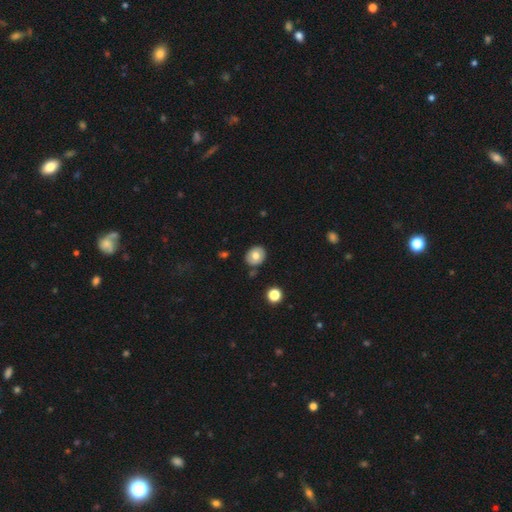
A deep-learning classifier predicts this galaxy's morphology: Smooth or featured: smooth — 70% (featured or disk — 21%)
How rounded: round — 66% (in between — 34%)
Merging: none — 83% (minor disturbance — 10%)